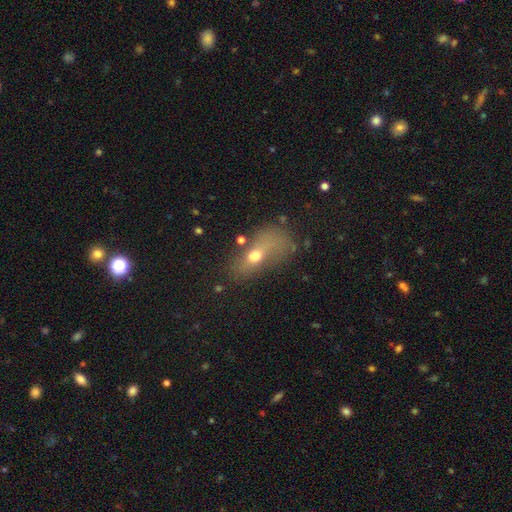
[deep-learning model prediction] smooth_or_featured: smooth (p=0.58) [alt: featured or disk p=0.29]
how_rounded: in between (p=0.72) [alt: round p=0.14]
merging: none (p=0.42) [alt: minor disturbance p=0.24]